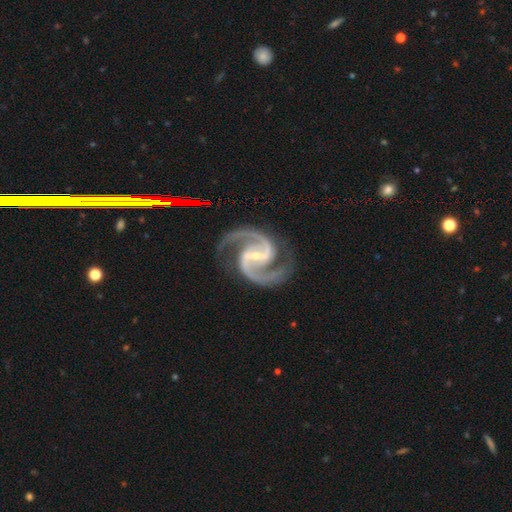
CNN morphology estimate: The model was most divided on "bar": weak: 42%, strong: 41%, no: 17%. More confident: spiral arms — yes (99%); edge-on disk — no (98%); smooth or featured — featured or disk (95%); spiral arm count — 2 (94%); merging — none (82%); bulge size — small (76%); spiral winding — medium (72%).